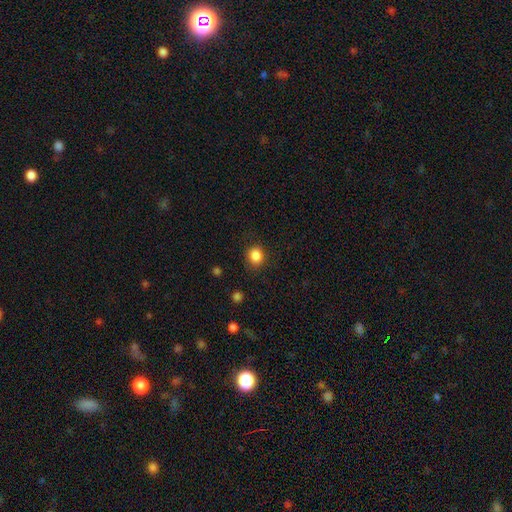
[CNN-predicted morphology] This appears to be a smooth galaxy with no disk features (86%) that is round (77%). Merging: none (86%).